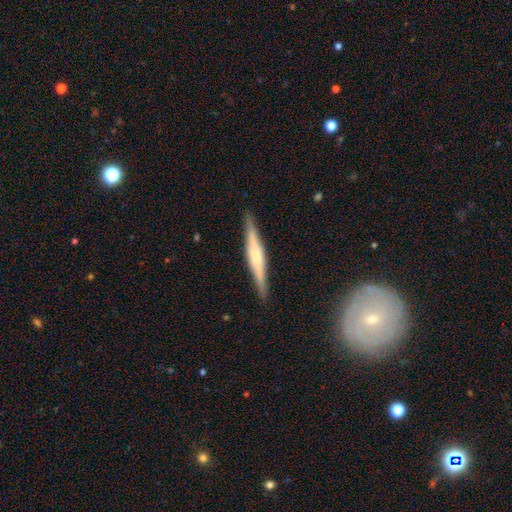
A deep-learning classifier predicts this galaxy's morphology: The model was most divided on "edge-on bulge": rounded: 57%, boxy: 26%, none: 18%. More confident: edge-on disk — yes (97%); merging — none (90%); smooth or featured — featured or disk (65%).